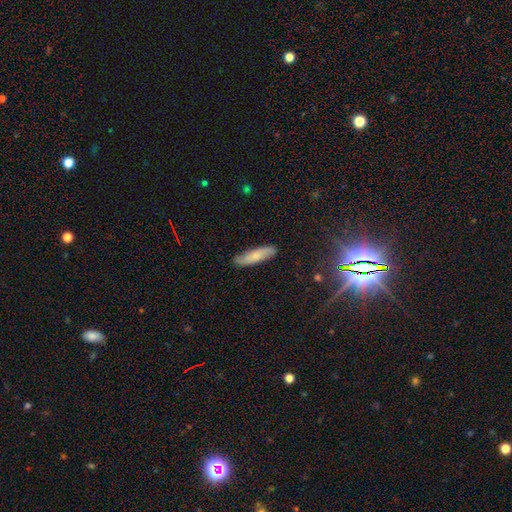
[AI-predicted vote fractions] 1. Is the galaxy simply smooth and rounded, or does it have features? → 67% smooth, 27% featured or disk, 7% star or artifact.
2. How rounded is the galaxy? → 78% cigar-shaped, 20% in between, 2% round.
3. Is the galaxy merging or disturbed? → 83% none, 13% minor disturbance, 2% major disturbance, 1% merger.